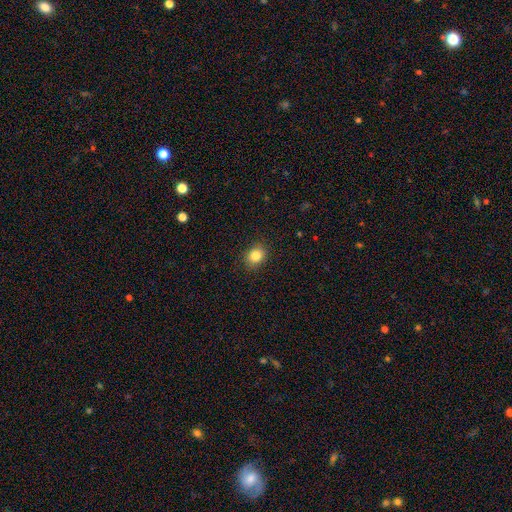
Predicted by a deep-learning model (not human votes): smooth_or_featured: smooth (p=0.85) [alt: star or artifact p=0.10]
how_rounded: round (p=0.59) [alt: in between p=0.40]
merging: none (p=0.89) [alt: minor disturbance p=0.08]